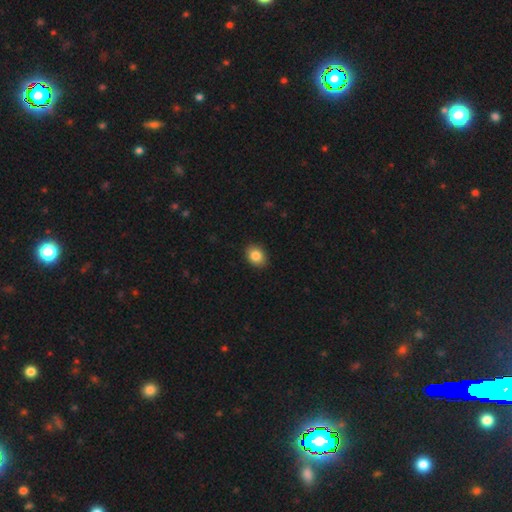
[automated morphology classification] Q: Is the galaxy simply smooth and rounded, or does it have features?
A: smooth — 85%.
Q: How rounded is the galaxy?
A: in between — 59%.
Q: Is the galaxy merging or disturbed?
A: none — 90%.